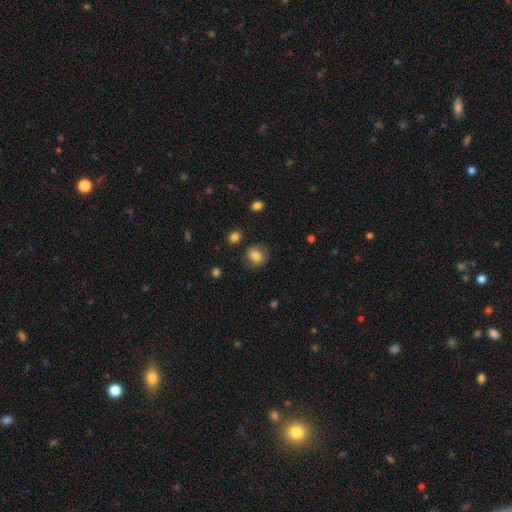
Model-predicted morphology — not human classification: This appears to be a smooth galaxy with no disk features (80%) that is round (76%). Merging: none (78%).